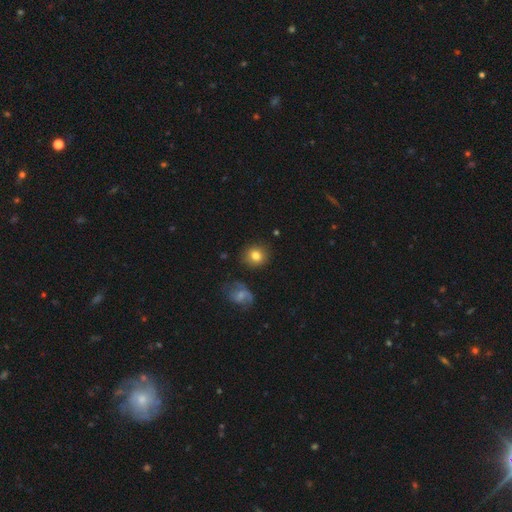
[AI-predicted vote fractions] The model was most divided on "how rounded": round: 84%, in between: 14%, cigar-shaped: 1%. More confident: merging — none (84%); smooth or featured — smooth (81%).